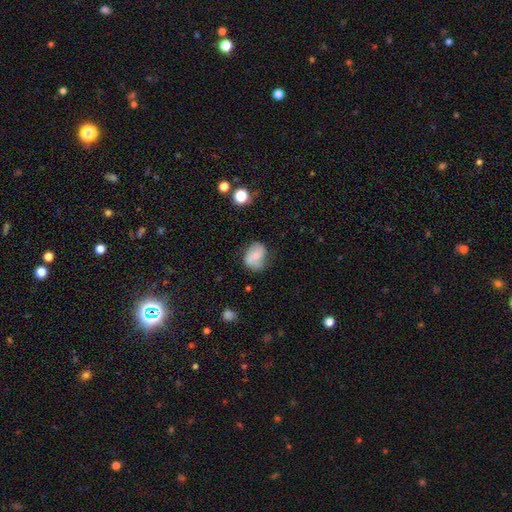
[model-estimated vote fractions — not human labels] The model was most divided on "how rounded": in between: 53%, round: 46%, cigar-shaped: 1%. More confident: merging — none (60%); smooth or featured — smooth (54%).